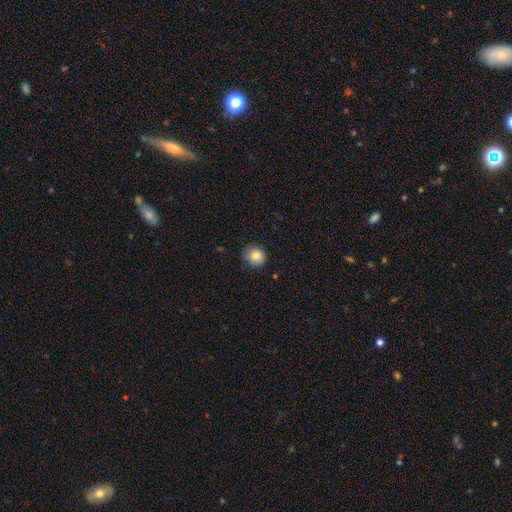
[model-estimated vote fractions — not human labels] The model was most divided on "merging": none: 80%, minor disturbance: 16%, major disturbance: 3%, merger: 1%. More confident: how rounded — round (85%); smooth or featured — smooth (84%).